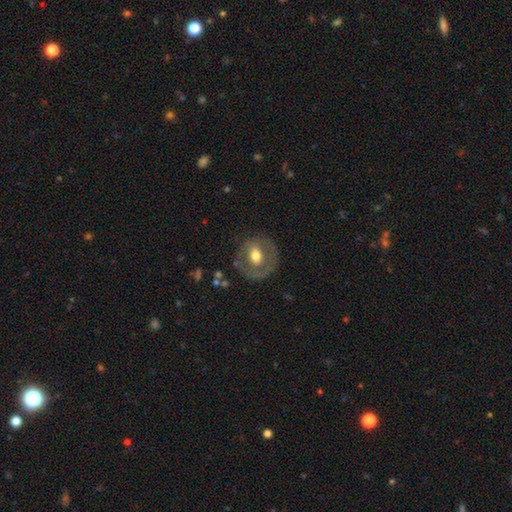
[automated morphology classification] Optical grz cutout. It shows a featured or disk galaxy (48%). Merging: none (75%).